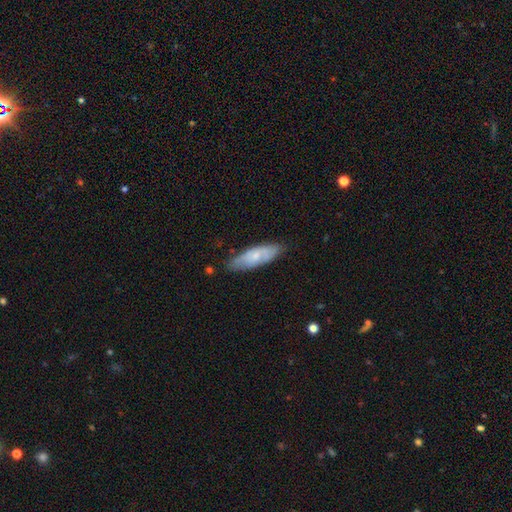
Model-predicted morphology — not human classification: Overall: smooth (57%; featured or disk 37%). How rounded: in between (54%; cigar-shaped 44%). Merging: none (75%).